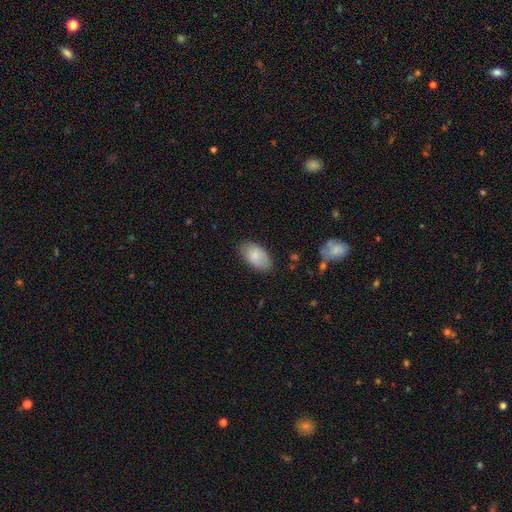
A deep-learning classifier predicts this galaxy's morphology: This appears to be a smooth galaxy with no disk features (82%) that is in between round and cigar-shaped (95%). Merging: none (79%).